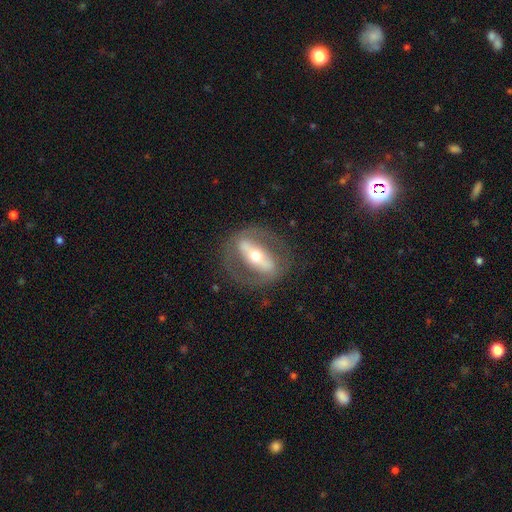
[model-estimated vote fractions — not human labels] This is likely a featured or disk galaxy (76%). It is likely not viewed edge-on (77%). Bar: likely strong (71%). Spiral arm pattern: likely no (62%). Central bulge: possibly moderate (60%). Merging: likely none (75%).